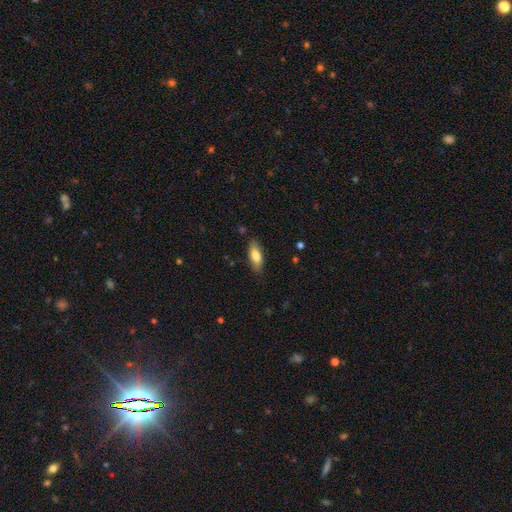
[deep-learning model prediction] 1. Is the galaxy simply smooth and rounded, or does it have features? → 78% smooth, 16% featured or disk, 6% star or artifact.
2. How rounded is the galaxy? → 71% in between, 26% cigar-shaped, 2% round.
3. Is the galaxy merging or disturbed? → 83% none, 13% minor disturbance, 3% major disturbance, 1% merger.